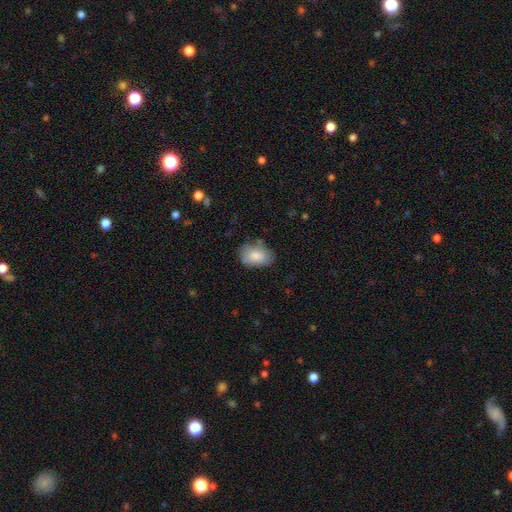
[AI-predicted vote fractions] smooth 83%, featured or disk 11%, star or artifact 7%. Down the decision tree: how rounded — in between (82%); merging — none (66%).